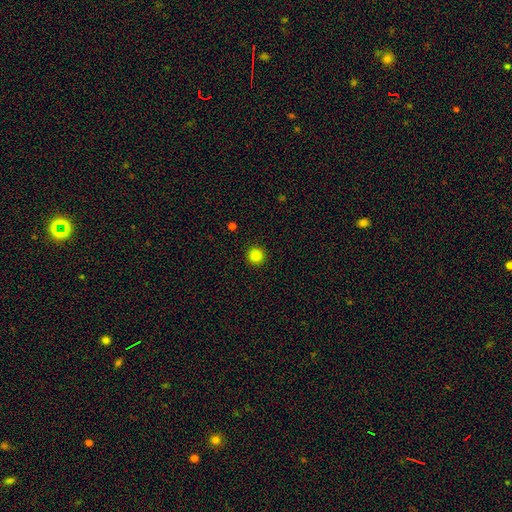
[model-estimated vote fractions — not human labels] Smooth or featured? Predicted: smooth (p=0.85). How rounded? Predicted: round (p=0.96). Merging? Predicted: none (p=0.93).